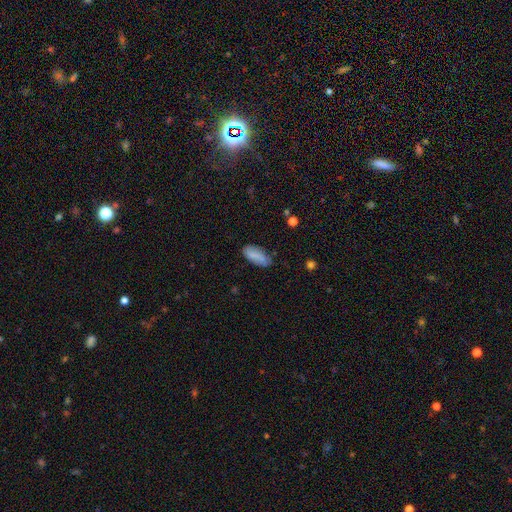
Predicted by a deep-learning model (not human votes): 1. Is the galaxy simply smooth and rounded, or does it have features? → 79% smooth, 14% featured or disk, 7% star or artifact.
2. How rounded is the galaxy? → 87% in between, 11% cigar-shaped, 2% round.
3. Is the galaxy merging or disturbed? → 71% none, 22% minor disturbance, 5% major disturbance, 2% merger.